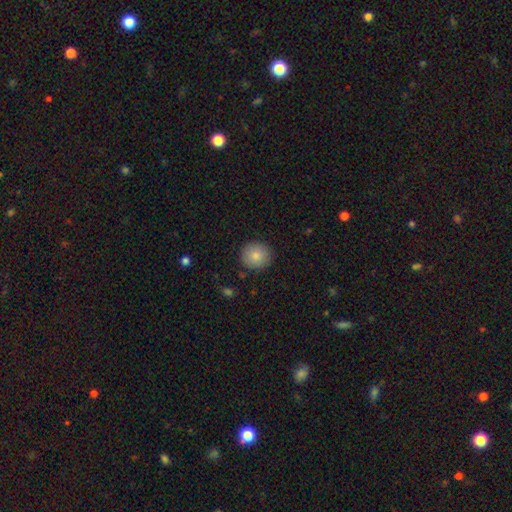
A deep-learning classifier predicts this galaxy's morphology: The model was most divided on "smooth or featured": smooth: 84%, featured or disk: 8%, star or artifact: 8%. More confident: how rounded — round (89%); merging — none (88%).